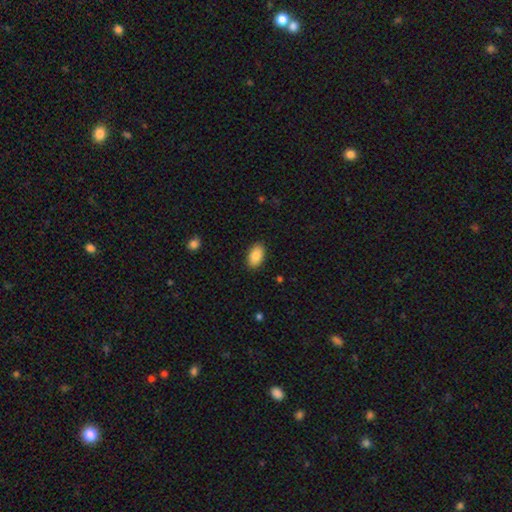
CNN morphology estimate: A smooth galaxy with no disk features (87%) that is in between round and cigar-shaped (93%). Merging: none (88%).